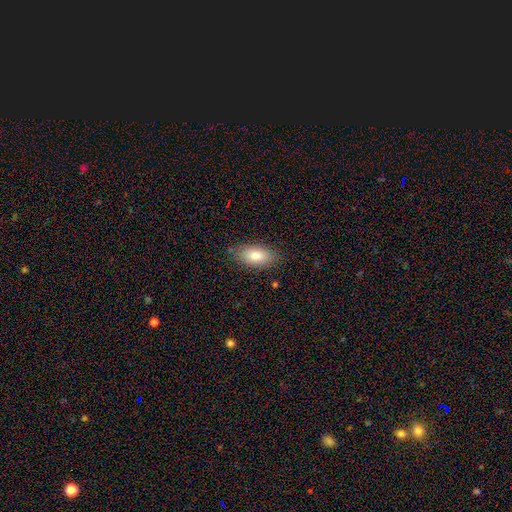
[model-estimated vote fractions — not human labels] Smooth or featured?
  - smooth: 80% *
  - featured or disk: 13%
  - star or artifact: 7%
How rounded?
  - in between: 90% *
  - cigar-shaped: 6%
  - round: 4%
Merging?
  - none: 81% *
  - minor disturbance: 14%
  - major disturbance: 3%
  - merger: 1%